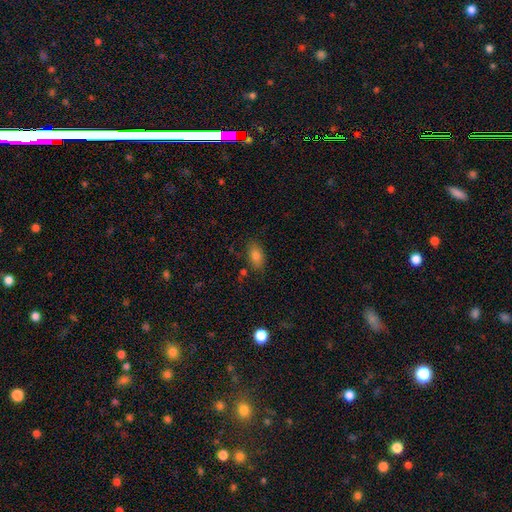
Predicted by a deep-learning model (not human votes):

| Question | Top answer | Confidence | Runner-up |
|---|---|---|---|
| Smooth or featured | smooth | 81% | star or artifact (10%) |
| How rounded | in between | 88% | round (7%) |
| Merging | none | 78% | minor disturbance (14%) |